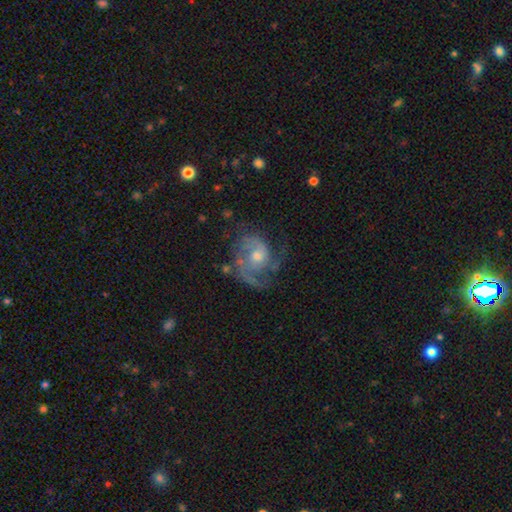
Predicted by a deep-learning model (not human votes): Smooth or featured?
  - featured or disk: 82% *
  - smooth: 11%
  - star or artifact: 6%
Edge-on disk?
  - no: 98% *
  - yes: 2%
Bar?
  - no: 70% *
  - weak: 26%
  - strong: 4%
Spiral arms?
  - yes: 93% *
  - no: 7%
Spiral winding?
  - medium: 45% *
  - tight: 37%
  - loose: 17%
Spiral arm count?
  - 2: 50% *
  - can't tell: 16%
  - 1: 15%
  - 3: 12%
  - 4: 3%
  - more than 4: 3%
Bulge size?
  - moderate: 58% *
  - small: 33%
  - large: 5%
  - none: 2%
  - dominant: 1%
Merging?
  - none: 57% *
  - minor disturbance: 22%
  - major disturbance: 19%
  - merger: 2%